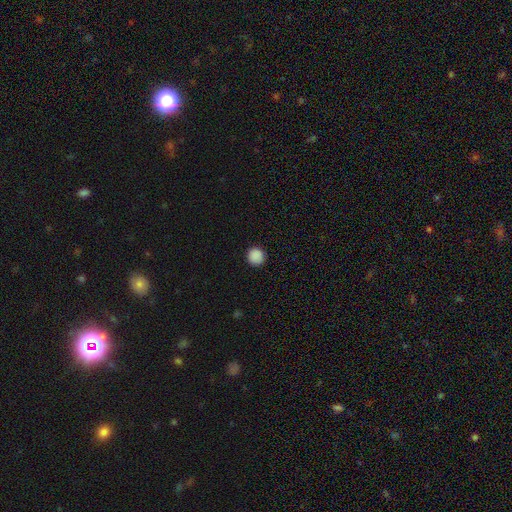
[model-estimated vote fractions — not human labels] smooth_or_featured: smooth (p=0.88) [alt: star or artifact p=0.09]
how_rounded: round (p=0.94) [alt: in between p=0.05]
merging: none (p=0.92) [alt: minor disturbance p=0.05]